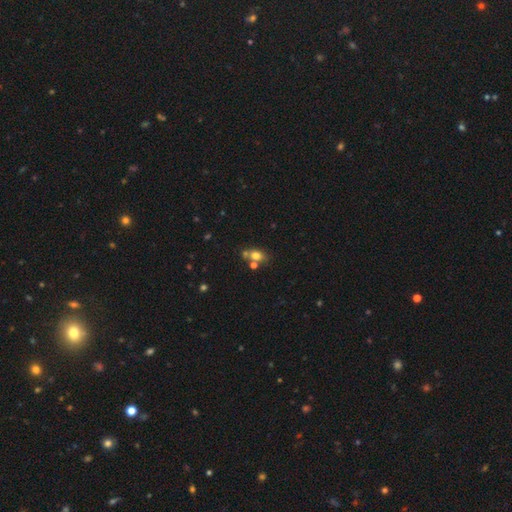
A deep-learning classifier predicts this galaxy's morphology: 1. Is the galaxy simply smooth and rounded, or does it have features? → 69% smooth, 17% featured or disk, 14% star or artifact.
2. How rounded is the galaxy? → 67% in between, 29% round, 4% cigar-shaped.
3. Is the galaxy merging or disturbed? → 49% none, 32% merger, 14% minor disturbance, 6% major disturbance.